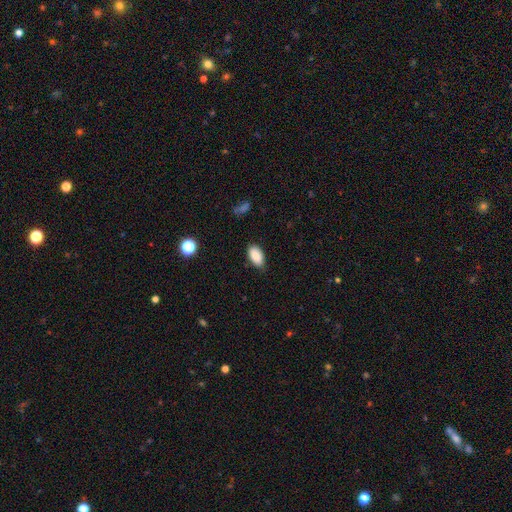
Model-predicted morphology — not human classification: smooth-or-featured: smooth: 87% | star or artifact: 8% | featured or disk: 5%
  how-rounded: in between: 94% | round: 4% | cigar-shaped: 2%
  merging: none: 79% | minor disturbance: 16% | major disturbance: 3% | merger: 1%